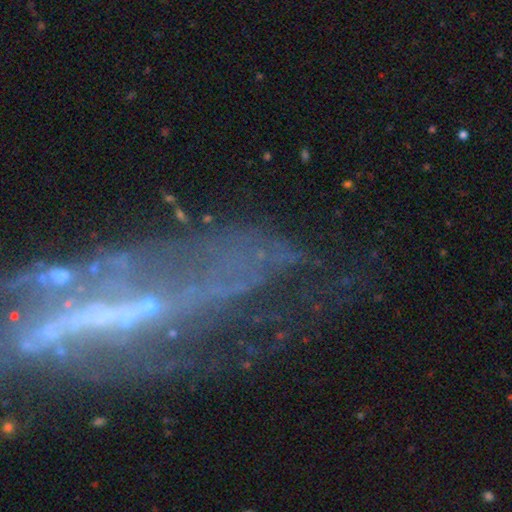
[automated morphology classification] This appears to be a featured or disk galaxy (66%) with no bar (49%), no spiral arms (53%) and no central bulge (42%). Merging: none (45%).